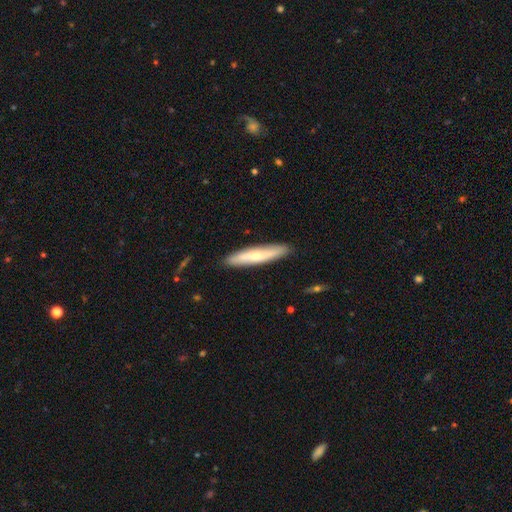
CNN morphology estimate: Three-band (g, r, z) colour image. It shows a smooth galaxy with no disk features (56%) that is cigar-shaped (89%). Merging: none (89%).